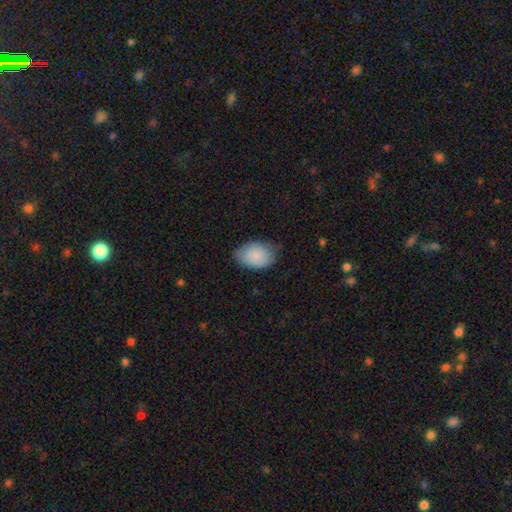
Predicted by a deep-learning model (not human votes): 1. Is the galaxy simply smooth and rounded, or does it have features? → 86% smooth, 8% featured or disk, 6% star or artifact.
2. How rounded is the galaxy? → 85% in between, 14% round, 1% cigar-shaped.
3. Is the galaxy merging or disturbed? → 68% none, 26% minor disturbance, 4% major disturbance, 1% merger.